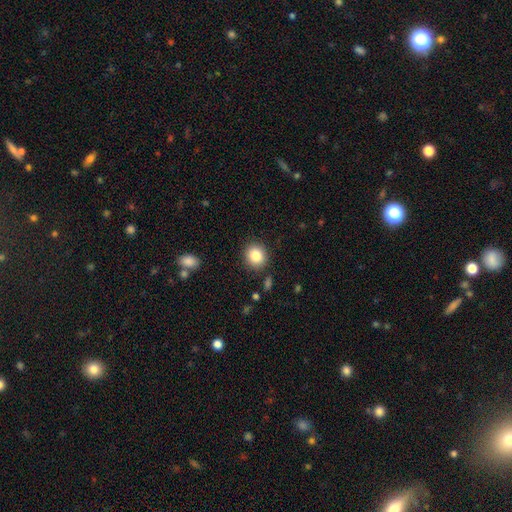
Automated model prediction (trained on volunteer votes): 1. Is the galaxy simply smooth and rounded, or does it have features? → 84% smooth, 9% star or artifact, 6% featured or disk.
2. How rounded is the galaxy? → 82% round, 17% in between, 1% cigar-shaped.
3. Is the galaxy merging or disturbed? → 88% none, 8% minor disturbance, 2% major disturbance, 2% merger.